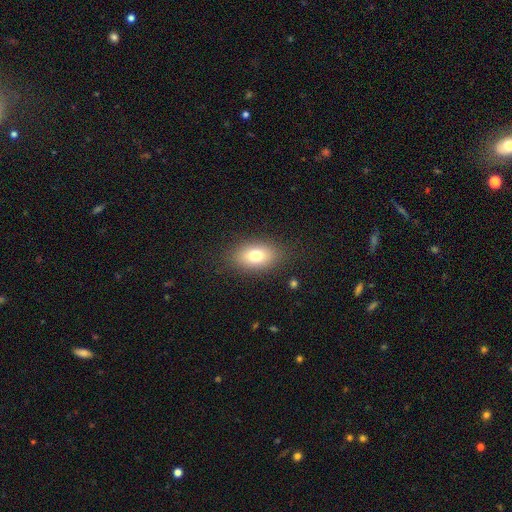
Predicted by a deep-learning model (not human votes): Smooth or featured: smooth — 75% (featured or disk — 15%)
How rounded: in between — 86% (round — 12%)
Merging: none — 84% (minor disturbance — 11%)